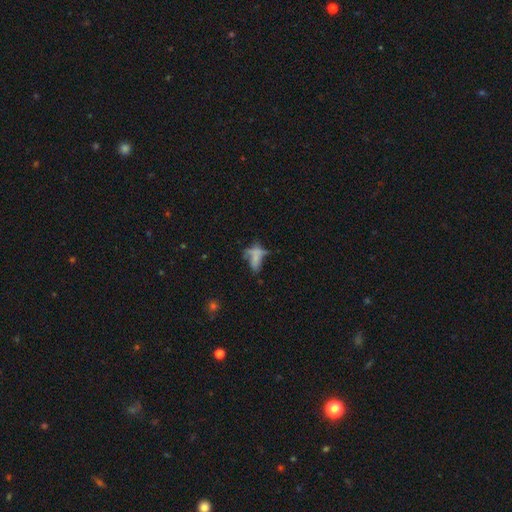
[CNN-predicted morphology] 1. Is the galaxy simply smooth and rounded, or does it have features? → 54% smooth, 30% featured or disk, 17% star or artifact.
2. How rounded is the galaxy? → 67% in between, 26% cigar-shaped, 7% round.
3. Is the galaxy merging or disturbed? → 30% none, 27% merger, 26% major disturbance, 17% minor disturbance.